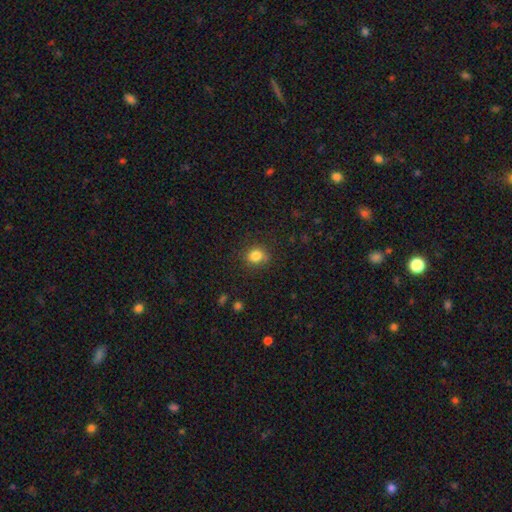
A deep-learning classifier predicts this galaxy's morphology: A smooth galaxy with no disk features (82%) that is round (78%).

Vote fractions:
- Smooth or featured? smooth: 82% / star or artifact: 12% / featured or disk: 6%
- How rounded? round: 78% / in between: 21% / cigar-shaped: 1%
- Merging? none: 77% / minor disturbance: 15% / major disturbance: 4% / merger: 3%